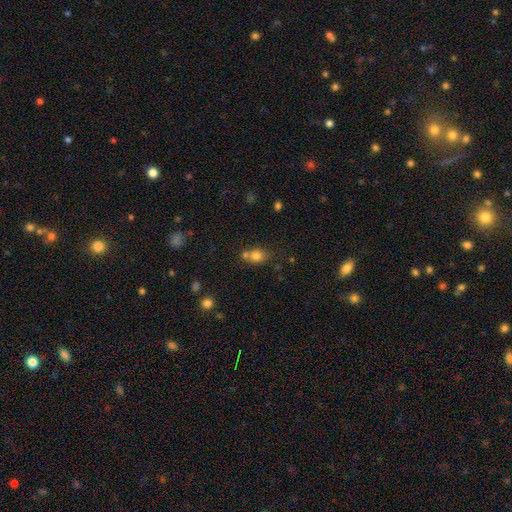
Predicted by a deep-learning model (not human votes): Q: Smooth or featured?
A: smooth (78%); runner-up: star or artifact (12%)
Q: How rounded?
A: round (51%); runner-up: in between (47%)
Q: Merging?
A: none (49%); runner-up: merger (35%)